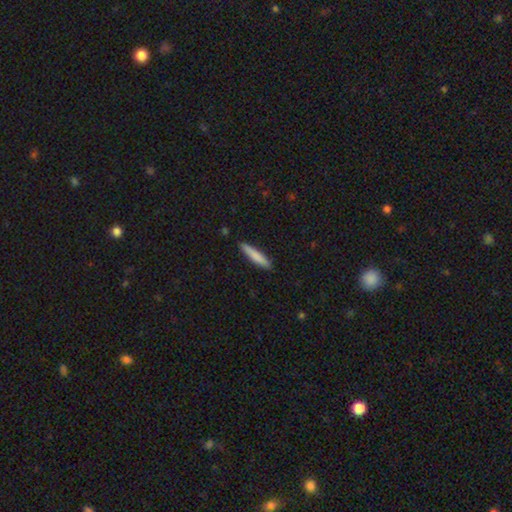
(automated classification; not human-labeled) Morphology: type=smooth (80%); roundness=cigar-shaped (90%); merging=none (89%).